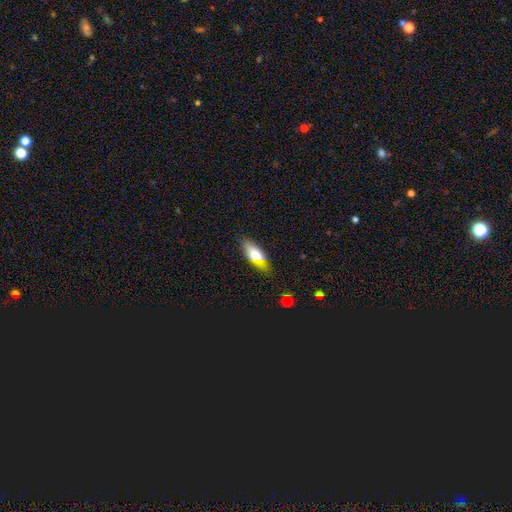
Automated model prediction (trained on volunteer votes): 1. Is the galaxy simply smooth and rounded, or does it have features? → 67% smooth, 25% featured or disk, 8% star or artifact.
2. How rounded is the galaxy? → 71% in between, 26% cigar-shaped, 3% round.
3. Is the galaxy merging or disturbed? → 79% none, 15% minor disturbance, 3% major disturbance, 2% merger.